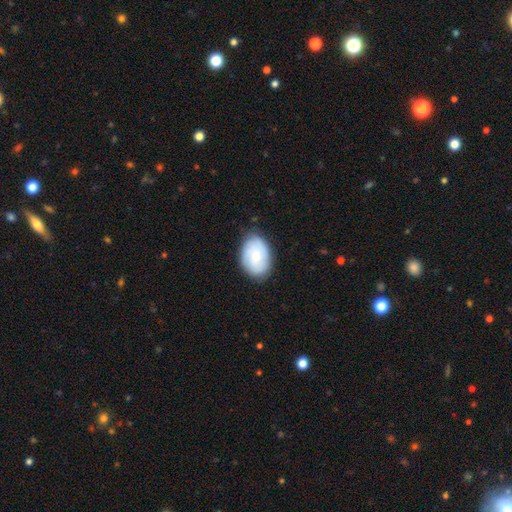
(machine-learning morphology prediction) Smooth or featured?
  - smooth: 61% *
  - featured or disk: 32%
  - star or artifact: 7%
How rounded?
  - in between: 84% *
  - round: 15%
  - cigar-shaped: 1%
Merging?
  - none: 78% *
  - minor disturbance: 17%
  - major disturbance: 4%
  - merger: 1%